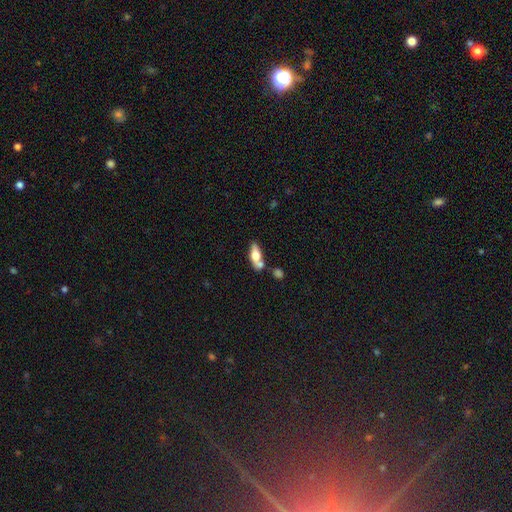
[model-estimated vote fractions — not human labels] A smooth galaxy with no disk features (60%) that is in between round and cigar-shaped (69%). Merging: none (50%).